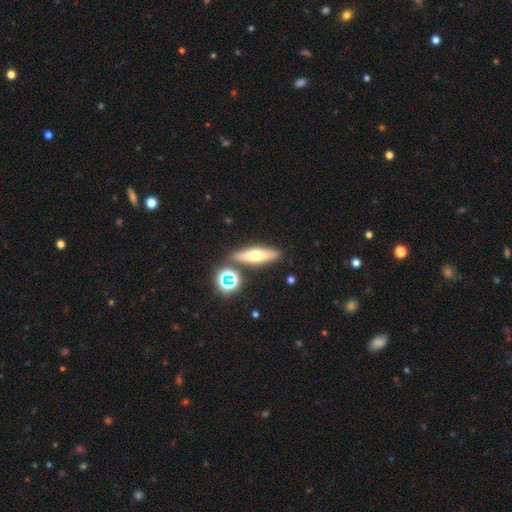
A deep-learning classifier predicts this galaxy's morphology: A smooth galaxy with no disk features (52%) that is cigar-shaped (56%). Merging: none (82%).